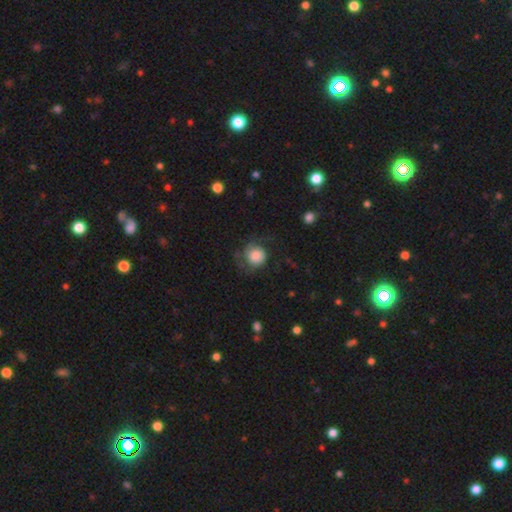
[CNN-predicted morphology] Q: Smooth or featured?
A: smooth (53%); runner-up: featured or disk (39%)
Q: How rounded?
A: round (86%); runner-up: in between (13%)
Q: Merging?
A: none (56%); runner-up: major disturbance (22%)